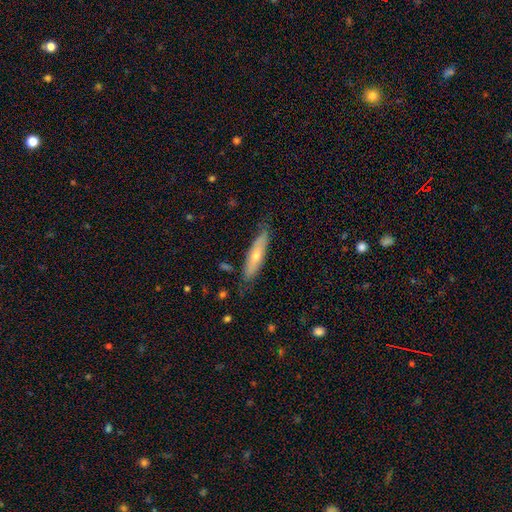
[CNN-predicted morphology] A smooth galaxy with no disk features (47%). Merging: none (77%).